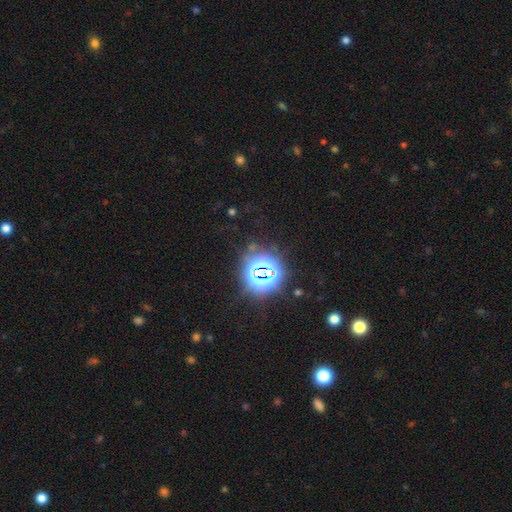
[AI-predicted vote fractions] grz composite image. It shows a star or artifact, not a galaxy (82%).